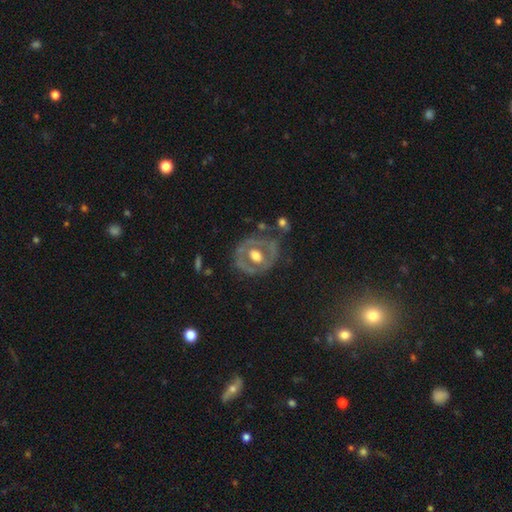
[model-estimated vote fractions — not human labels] smooth-or-featured: featured or disk: 64% | smooth: 30% | star or artifact: 6%
  disk-edge-on: no: 95% | yes: 5%
    bar: no: 70% | weak: 22% | strong: 8%
    has-spiral-arms: no: 78% | yes: 22%
    bulge-size: moderate: 58% | large: 33% | small: 5% | dominant: 2% | none: 2%
  merging: none: 63% | minor disturbance: 21% | major disturbance: 12% | merger: 4%